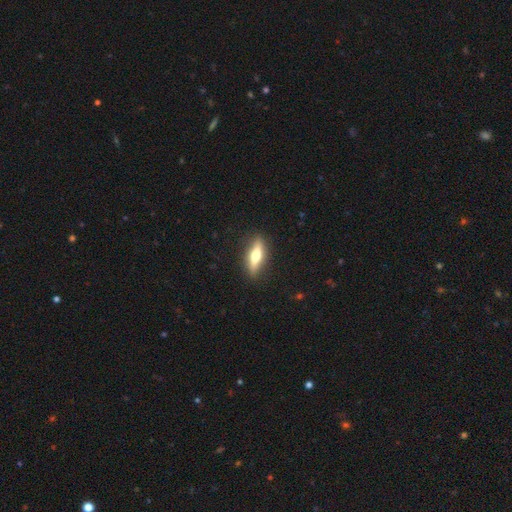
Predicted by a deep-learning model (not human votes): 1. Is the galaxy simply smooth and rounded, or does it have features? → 51% featured or disk, 44% smooth, 6% star or artifact.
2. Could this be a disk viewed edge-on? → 86% yes, 14% no.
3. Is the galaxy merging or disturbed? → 88% none, 9% minor disturbance, 2% major disturbance, 1% merger.